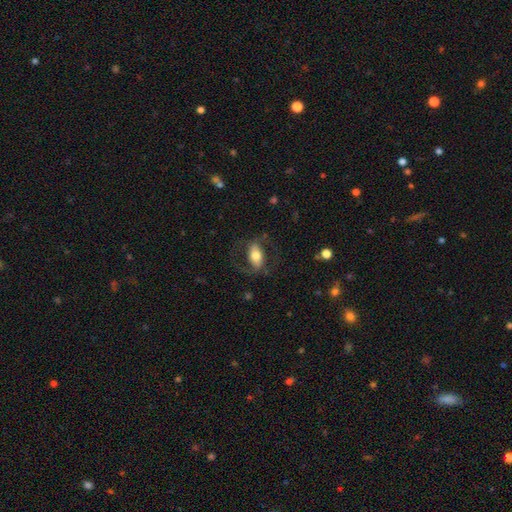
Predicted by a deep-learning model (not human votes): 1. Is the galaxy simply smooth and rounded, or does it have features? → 50% smooth, 43% featured or disk, 7% star or artifact.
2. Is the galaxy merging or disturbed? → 67% none, 16% minor disturbance, 15% major disturbance, 1% merger.